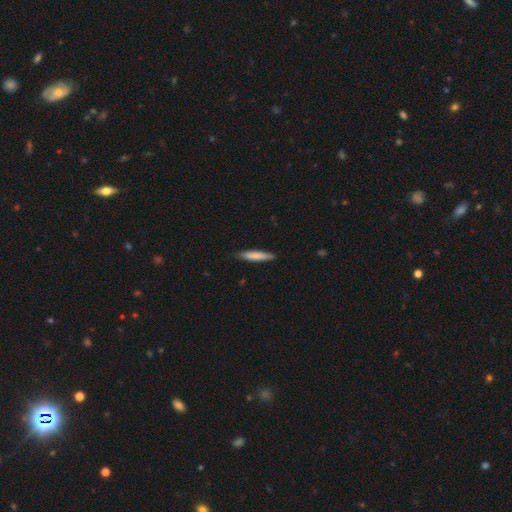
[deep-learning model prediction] Morphology: type=smooth (78%); roundness=cigar-shaped (88%); merging=none (85%).